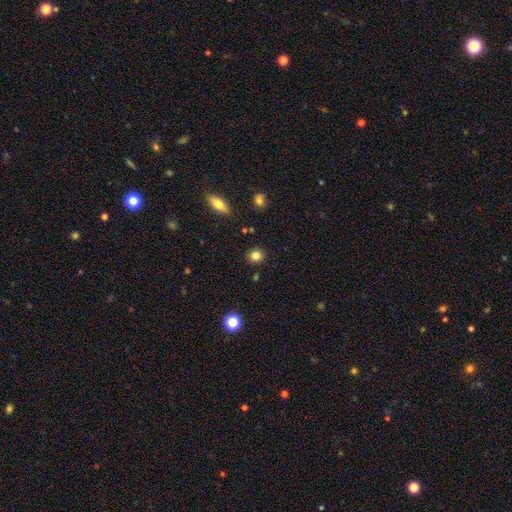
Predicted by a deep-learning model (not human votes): Overall: smooth (83%). How rounded: round (82%). Merging: none (89%).